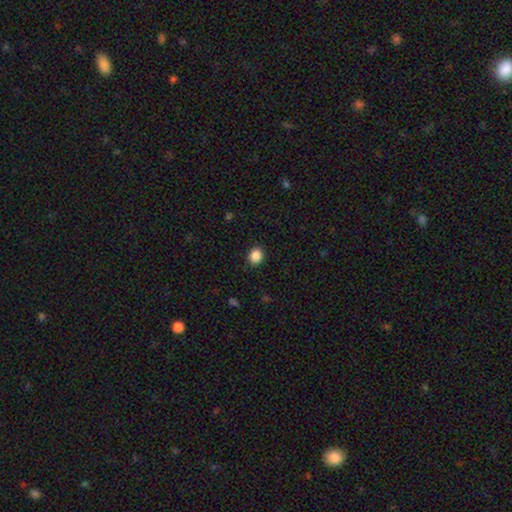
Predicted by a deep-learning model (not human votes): Overall: smooth (88%). How rounded: round (69%; in between 31%). Merging: none (90%).